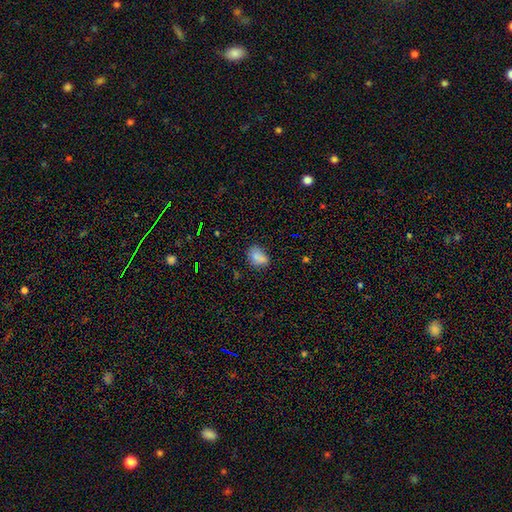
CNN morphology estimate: type=smooth (82%); roundness=in between (82%); merging=none (65%).